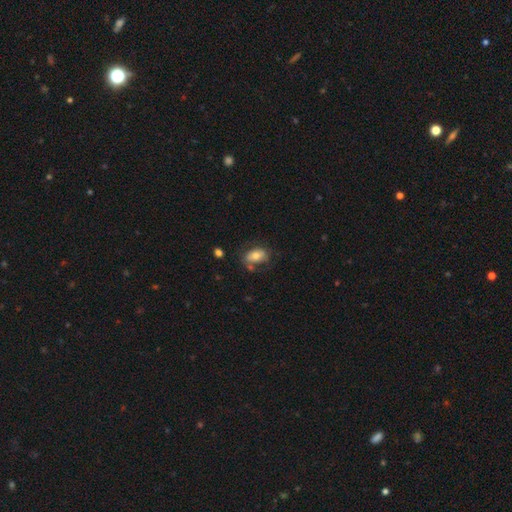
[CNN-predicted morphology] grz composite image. It shows a smooth galaxy with no disk features (68%) that is in between round and cigar-shaped (86%). Merging: none (61%).